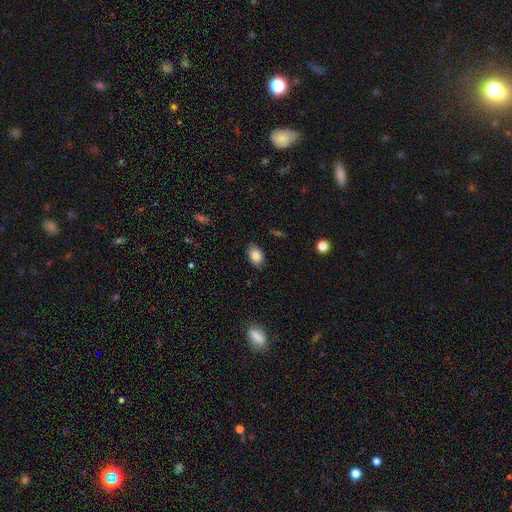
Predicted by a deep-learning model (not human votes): This is clearly a smooth galaxy (85%). How rounded: clearly in between (82%). Merging: clearly none (83%).